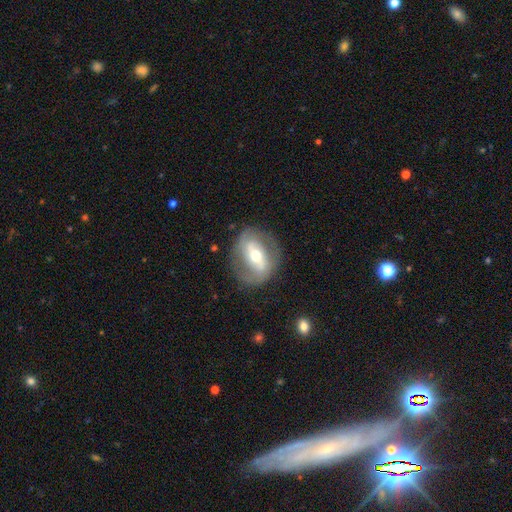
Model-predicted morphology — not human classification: Smooth or featured? featured or disk (68%)
Edge-on disk? no (91%)
Bar? strong (50%)
Spiral arms? yes (60%)
Bulge size? moderate (61%)
Merging? none (75%)